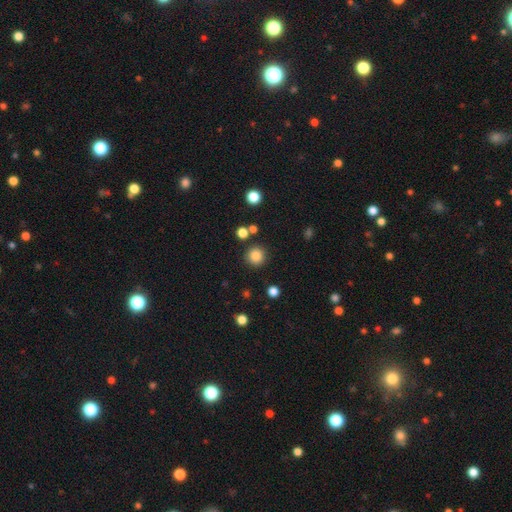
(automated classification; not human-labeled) Morphology: type=smooth (84%); roundness=round (94%); merging=none (87%).